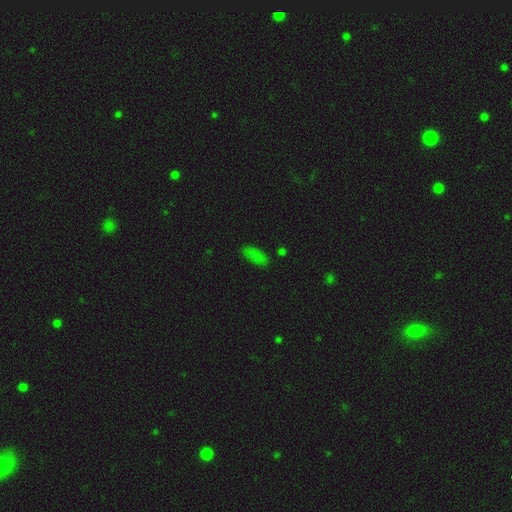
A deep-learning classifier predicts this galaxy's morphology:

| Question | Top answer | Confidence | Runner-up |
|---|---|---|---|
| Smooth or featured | smooth | 79% | star or artifact (14%) |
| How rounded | in between | 83% | cigar-shaped (14%) |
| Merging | none | 80% | minor disturbance (14%) |